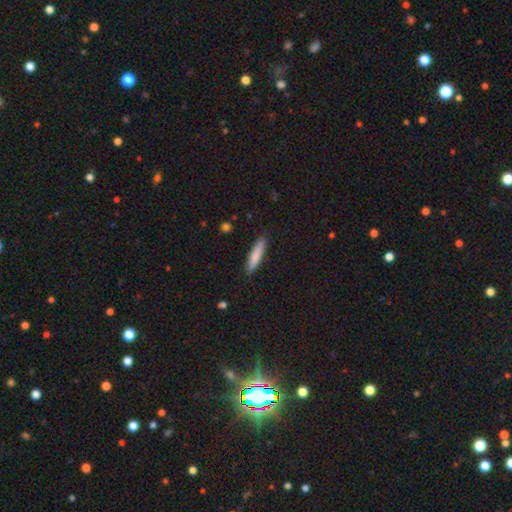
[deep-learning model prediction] smooth_or_featured: smooth (p=0.80) [alt: featured or disk p=0.14]
how_rounded: cigar-shaped (p=0.84) [alt: in between p=0.15]
merging: none (p=0.87) [alt: minor disturbance p=0.10]